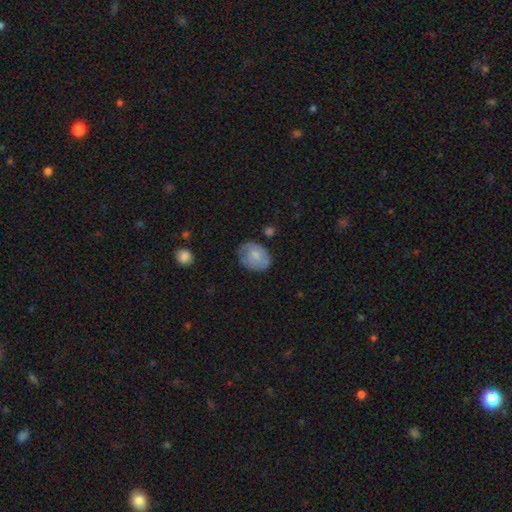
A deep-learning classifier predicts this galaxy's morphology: Smooth or featured? smooth (68%)
How rounded? in between (61%)
Merging? none (64%)